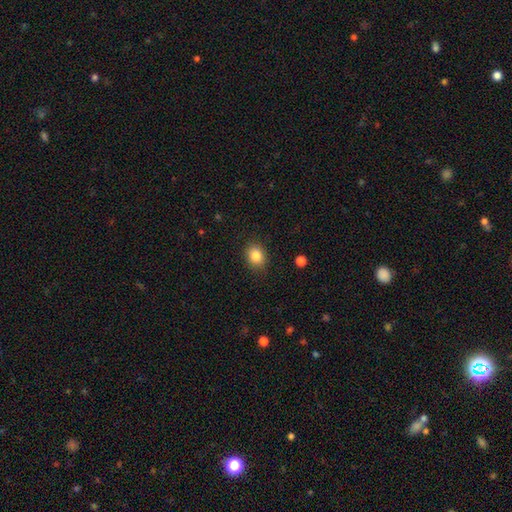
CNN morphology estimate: smooth_or_featured: smooth (p=0.85) [alt: star or artifact p=0.09]
how_rounded: in between (p=0.53) [alt: round p=0.46]
merging: none (p=0.87) [alt: minor disturbance p=0.09]